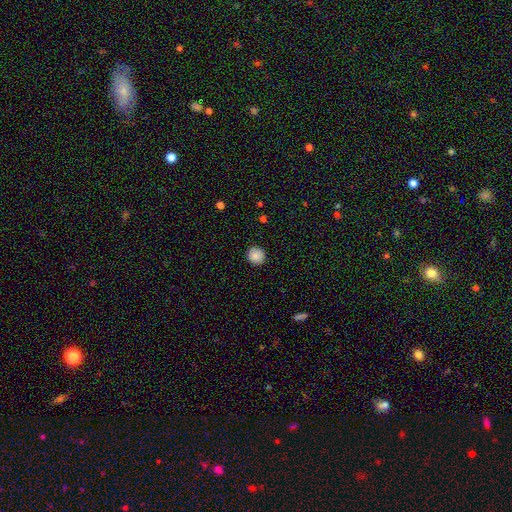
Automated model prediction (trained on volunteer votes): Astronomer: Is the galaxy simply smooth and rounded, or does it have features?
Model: smooth — 88%.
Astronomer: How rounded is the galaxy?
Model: round — 91%.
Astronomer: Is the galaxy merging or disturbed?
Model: none — 91%.